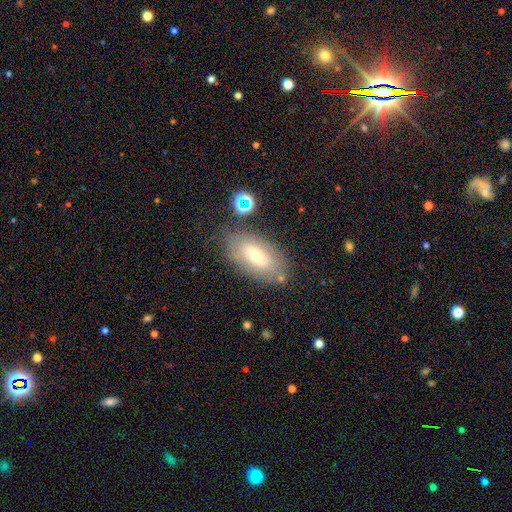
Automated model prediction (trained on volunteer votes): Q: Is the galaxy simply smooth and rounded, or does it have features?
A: smooth — 52%.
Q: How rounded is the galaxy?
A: in between — 88%.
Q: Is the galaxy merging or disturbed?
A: none — 73%.